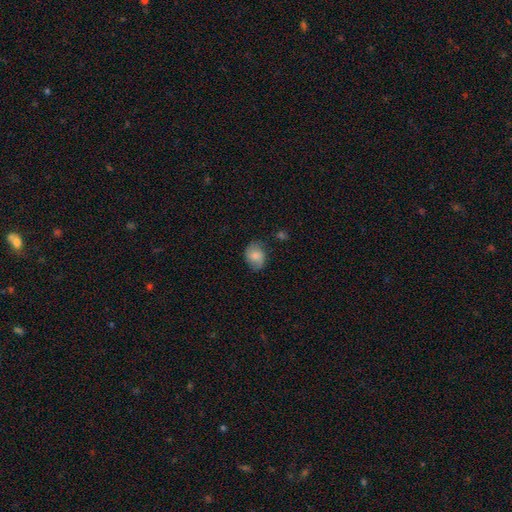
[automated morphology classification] Q: Smooth or featured?
A: smooth (64%); runner-up: featured or disk (28%)
Q: How rounded?
A: in between (55%); runner-up: round (44%)
Q: Merging?
A: none (66%); runner-up: minor disturbance (25%)